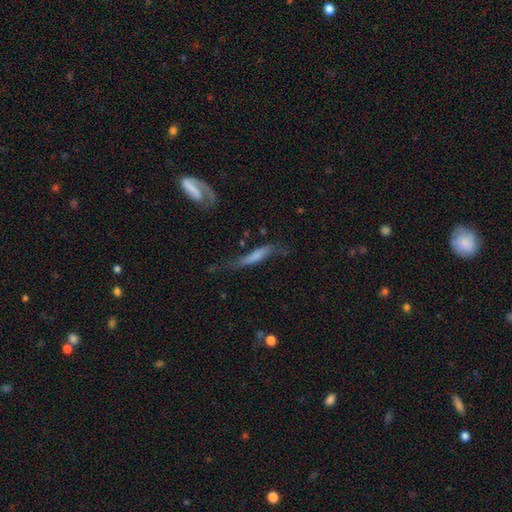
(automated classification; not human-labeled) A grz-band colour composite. It shows a smooth galaxy with no disk features (52%) that is cigar-shaped (83%). Merging: none (45%).